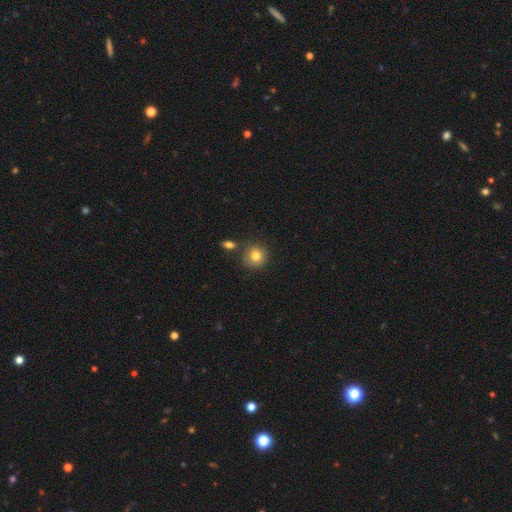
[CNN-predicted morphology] Smooth or featured?
  - smooth: 81% *
  - star or artifact: 10%
  - featured or disk: 8%
How rounded?
  - round: 88% *
  - in between: 11%
  - cigar-shaped: 1%
Merging?
  - none: 78% *
  - minor disturbance: 11%
  - merger: 8%
  - major disturbance: 3%